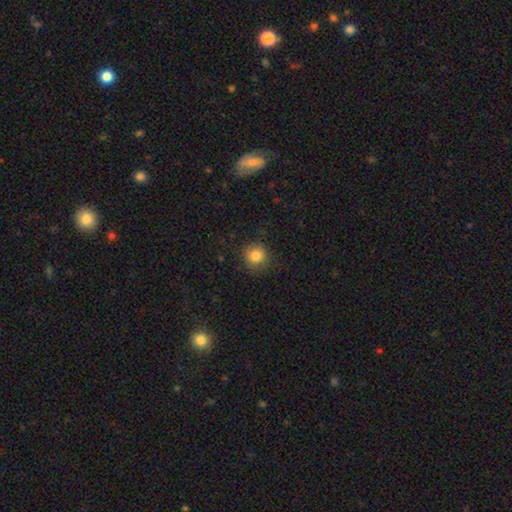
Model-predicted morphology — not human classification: This is clearly a smooth galaxy (84%). How rounded: clearly round (90%). Merging: clearly none (85%).